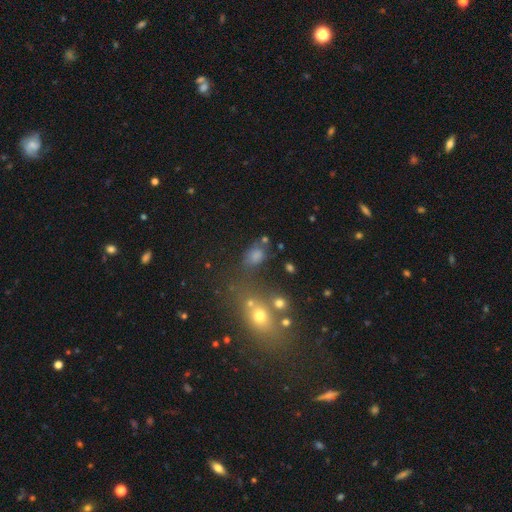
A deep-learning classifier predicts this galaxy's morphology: A smooth galaxy with no disk features (72%) that is in between round and cigar-shaped (76%).

Vote fractions:
- Smooth or featured? smooth: 72% / star or artifact: 18% / featured or disk: 11%
- How rounded? in between: 76% / round: 22% / cigar-shaped: 2%
- Merging? none: 52% / minor disturbance: 20% / merger: 16% / major disturbance: 12%